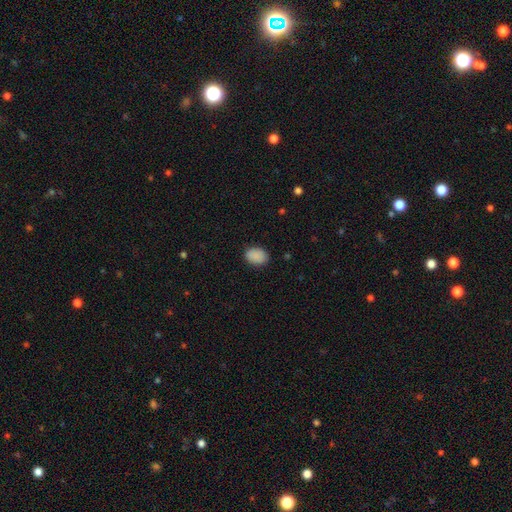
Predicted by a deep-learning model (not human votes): Smooth or featured?
  - smooth: 89% *
  - star or artifact: 7%
  - featured or disk: 3%
How rounded?
  - in between: 77% *
  - round: 22%
  - cigar-shaped: 1%
Merging?
  - none: 85% *
  - minor disturbance: 11%
  - major disturbance: 2%
  - merger: 1%